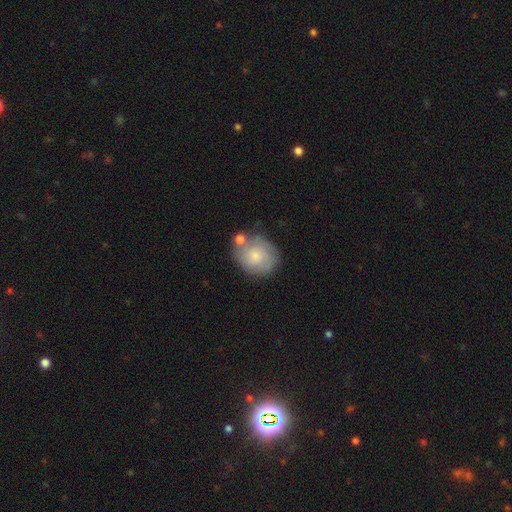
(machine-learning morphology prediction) Overall: smooth (57%; featured or disk 36%). How rounded: round (66%; in between 33%). Merging: none (56%; minor disturbance 21%).